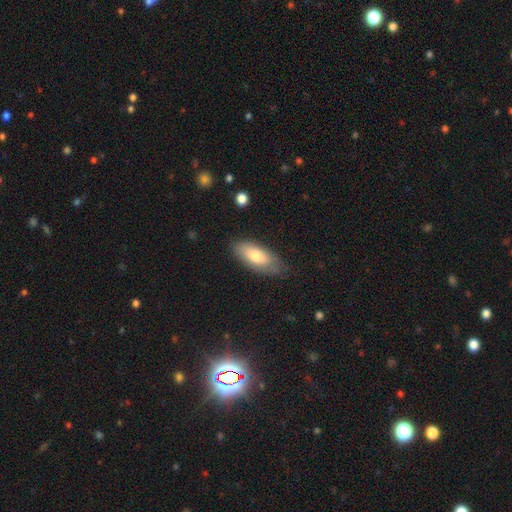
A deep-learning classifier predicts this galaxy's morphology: Overall: smooth (75%). How rounded: in between (83%). Merging: none (74%).